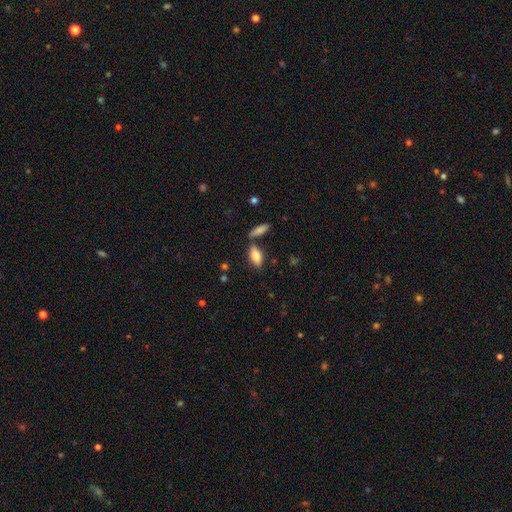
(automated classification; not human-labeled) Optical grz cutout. It shows a smooth galaxy with no disk features (76%) that is in between round and cigar-shaped (83%). Merging: none (69%).